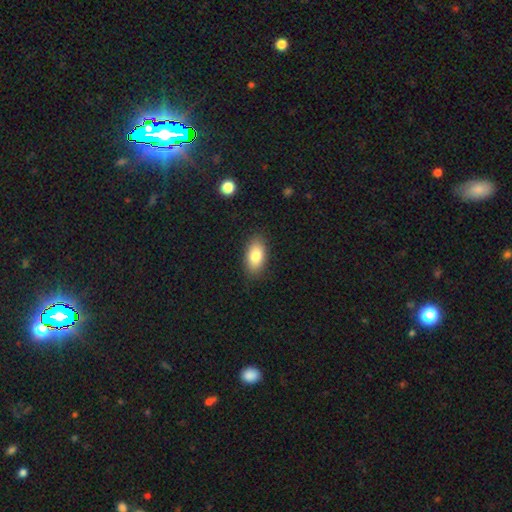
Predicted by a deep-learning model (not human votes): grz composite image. It shows a smooth galaxy with no disk features (81%) that is in between round and cigar-shaped (91%). Merging: none (85%).